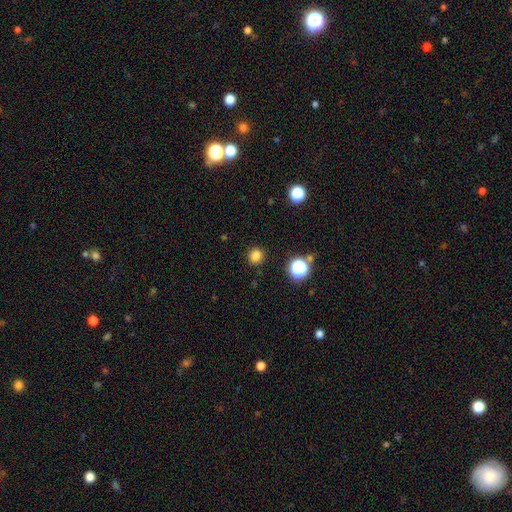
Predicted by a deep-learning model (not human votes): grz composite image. It shows a smooth galaxy with no disk features (81%) that is round (88%). Merging: none (90%).